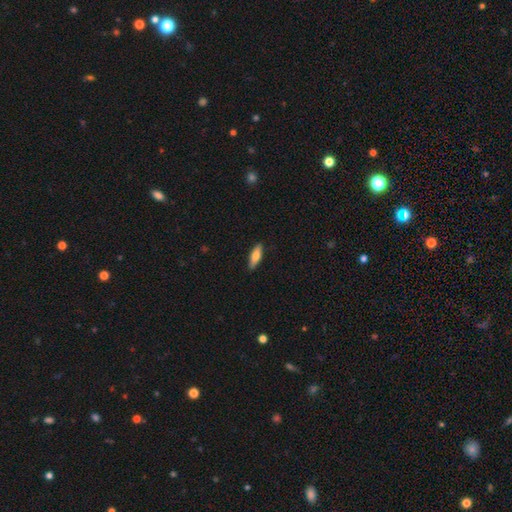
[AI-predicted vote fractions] Overall: smooth (71%). How rounded: cigar-shaped (51%; in between 47%). Merging: none (89%).